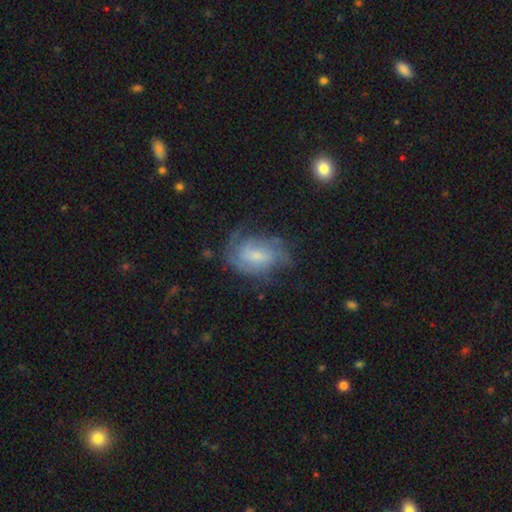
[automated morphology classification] featured or disk 70%, smooth 23%, star or artifact 7%. Down the decision tree: edge-on disk — no (97%); bar — weak (50%); spiral arms — yes (91%); spiral arm count — 2 (39%); spiral winding — medium (42%); bulge size — small (47%); merging — none (59%).